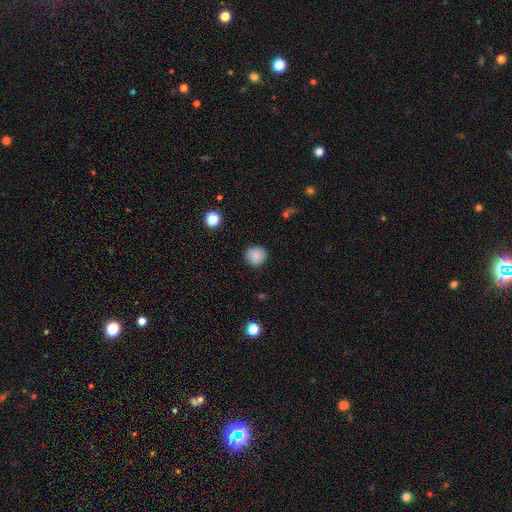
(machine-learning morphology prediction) A smooth galaxy with no disk features (84%) that is round (91%). Merging: none (87%).